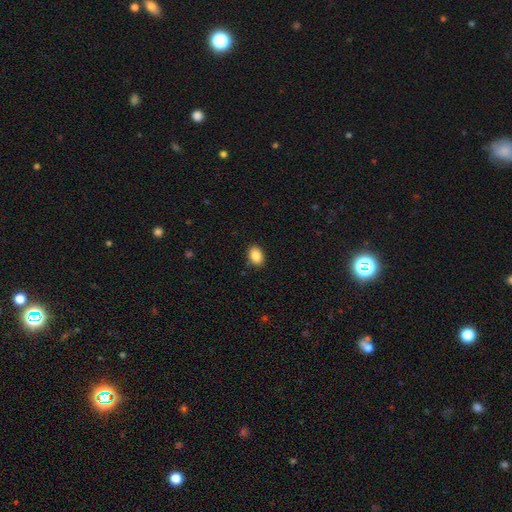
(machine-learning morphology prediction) smooth_or_featured: smooth (p=0.88) [alt: star or artifact p=0.08]
how_rounded: in between (p=0.80) [alt: round p=0.19]
merging: none (p=0.88) [alt: minor disturbance p=0.09]